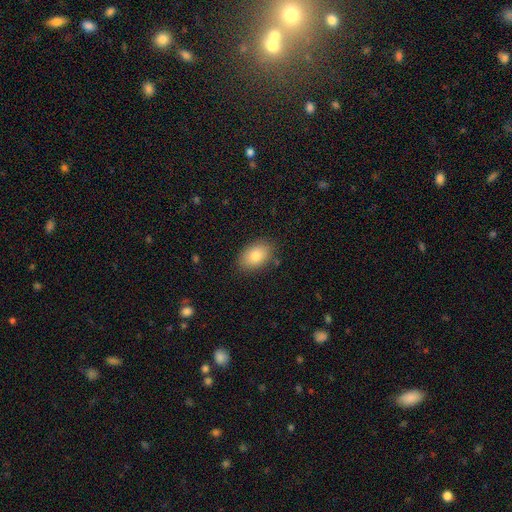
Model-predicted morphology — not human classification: Smooth or featured? smooth (79%)
How rounded? in between (86%)
Merging? none (85%)